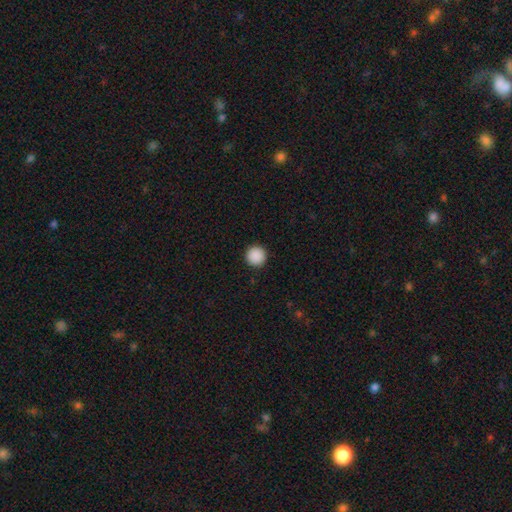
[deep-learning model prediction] Smooth or featured: smooth — 89% (star or artifact — 9%)
How rounded: round — 96% (in between — 3%)
Merging: none — 93% (minor disturbance — 4%)